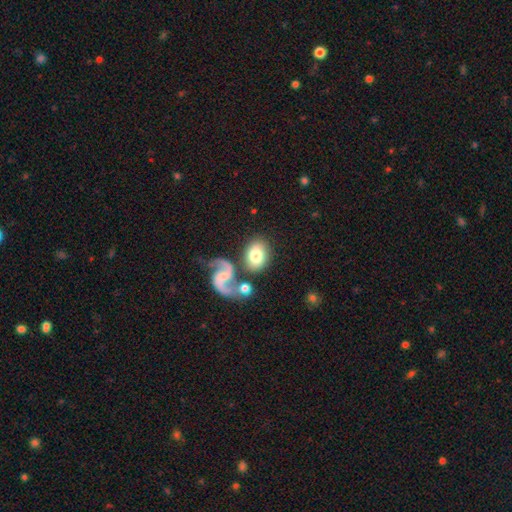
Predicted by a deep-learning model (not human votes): Smooth or featured?
  - smooth: 65% *
  - featured or disk: 28%
  - star or artifact: 7%
How rounded?
  - in between: 69% *
  - round: 29%
  - cigar-shaped: 2%
Merging?
  - none: 60% *
  - merger: 20%
  - minor disturbance: 14%
  - major disturbance: 6%